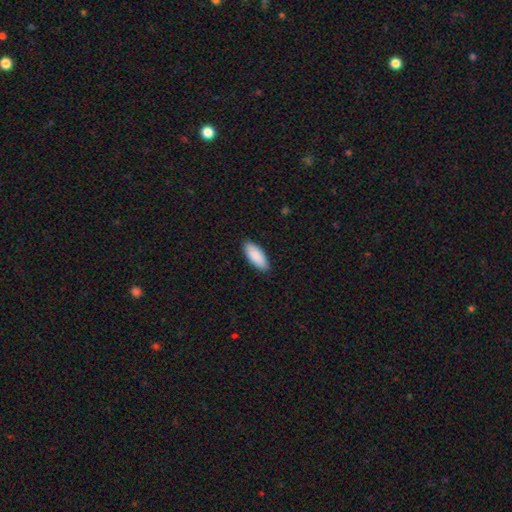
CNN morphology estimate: This appears to be a smooth galaxy with no disk features (90%) that is in between round and cigar-shaped (84%). Merging: none (88%).